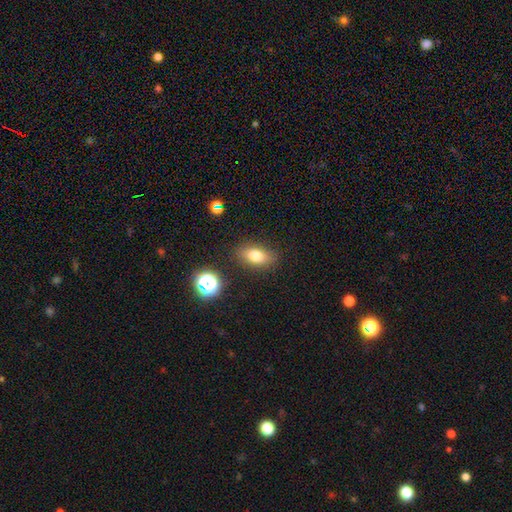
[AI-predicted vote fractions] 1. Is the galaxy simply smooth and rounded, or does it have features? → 77% smooth, 12% featured or disk, 11% star or artifact.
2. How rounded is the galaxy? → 83% in between, 11% round, 7% cigar-shaped.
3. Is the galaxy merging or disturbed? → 85% none, 10% minor disturbance, 3% major disturbance, 2% merger.